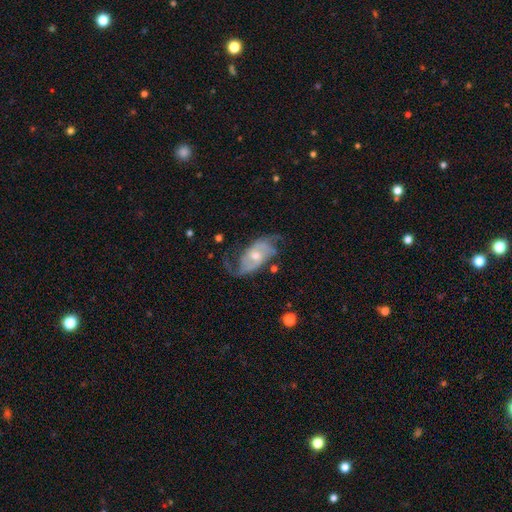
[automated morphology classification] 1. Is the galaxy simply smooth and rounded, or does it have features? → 81% featured or disk, 13% smooth, 6% star or artifact.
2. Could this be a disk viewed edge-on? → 95% no, 5% yes.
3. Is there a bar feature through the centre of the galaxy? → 55% no, 35% weak, 9% strong.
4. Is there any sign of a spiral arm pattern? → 91% yes, 9% no.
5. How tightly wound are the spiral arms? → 41% medium, 40% loose, 19% tight.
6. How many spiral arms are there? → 73% 2, 13% can't tell, 5% 3, 5% 1, 2% 4, 2% more than 4.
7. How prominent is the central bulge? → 51% moderate, 44% small, 3% large, 2% none, 1% dominant.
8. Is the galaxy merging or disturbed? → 53% none, 22% minor disturbance, 22% major disturbance, 3% merger.